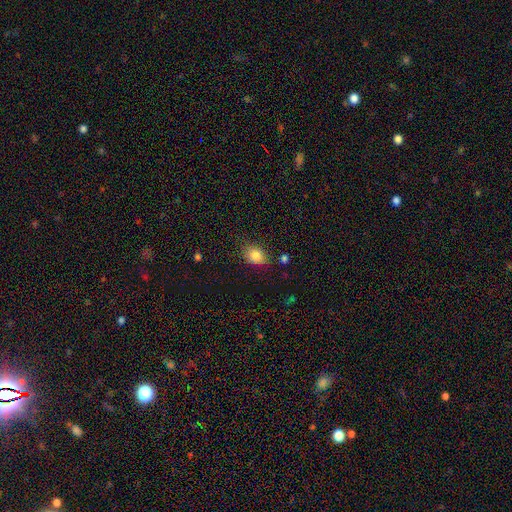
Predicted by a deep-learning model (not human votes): This is clearly a smooth galaxy (84%). How rounded: possibly in between (59%). Merging: likely none (75%).